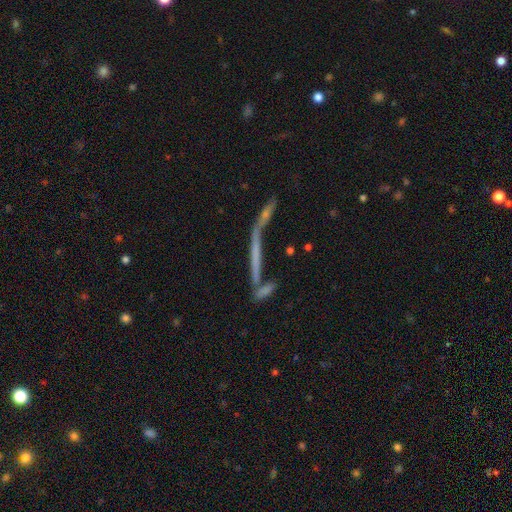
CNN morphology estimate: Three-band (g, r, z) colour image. It shows a featured or disk galaxy (54%) viewed edge-on (68%). Merging: merger (44%).